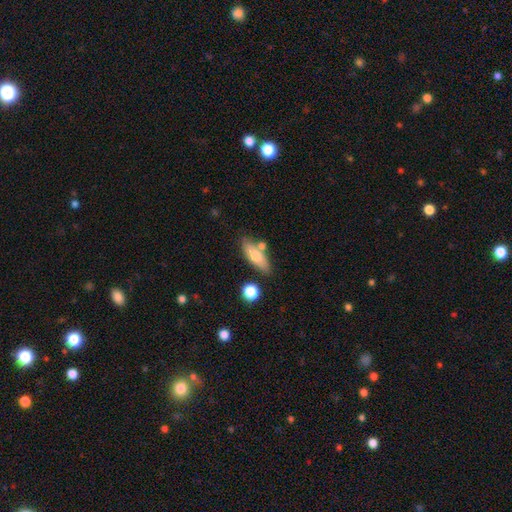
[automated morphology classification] The model was most divided on "how rounded": in between: 63%, cigar-shaped: 34%, round: 3%. More confident: smooth or featured — smooth (70%); merging — none (68%).